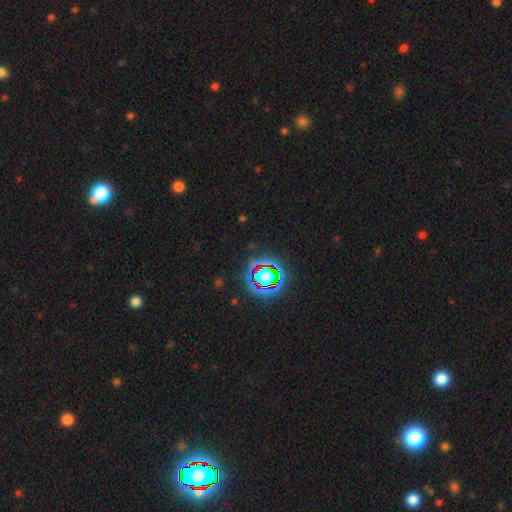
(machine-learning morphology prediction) Q: Smooth or featured?
A: star or artifact (79%); runner-up: smooth (13%)